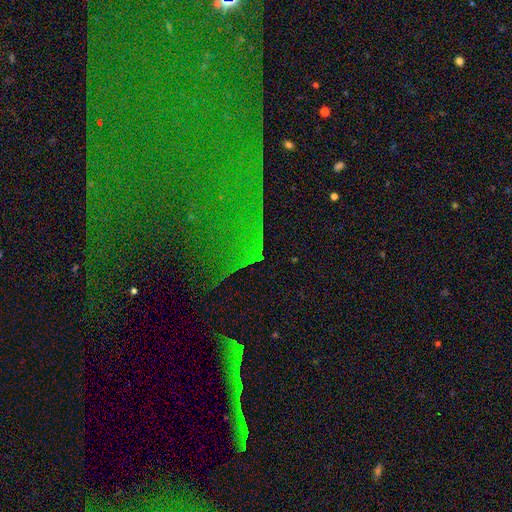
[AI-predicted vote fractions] A star or artifact, not a galaxy (80%).

Vote fractions:
- Smooth or featured? star or artifact: 80% / smooth: 11% / featured or disk: 9%